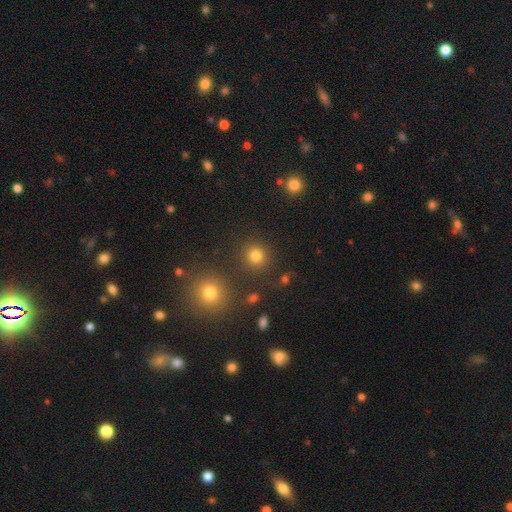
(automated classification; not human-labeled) This is clearly a smooth galaxy (80%). How rounded: clearly round (90%). Merging: clearly none (85%).